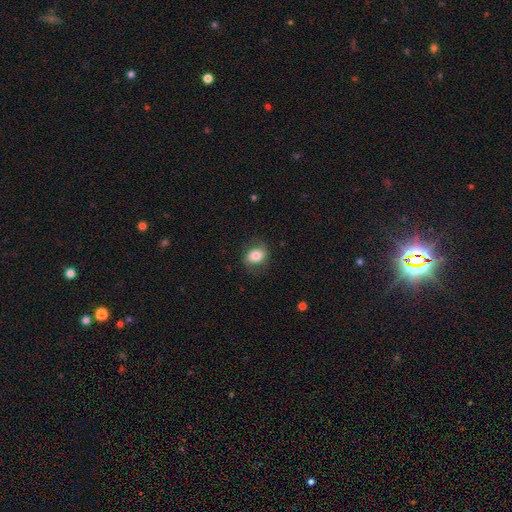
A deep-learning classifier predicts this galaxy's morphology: Smooth or featured? smooth (71%)
How rounded? in between (61%)
Merging? none (74%)